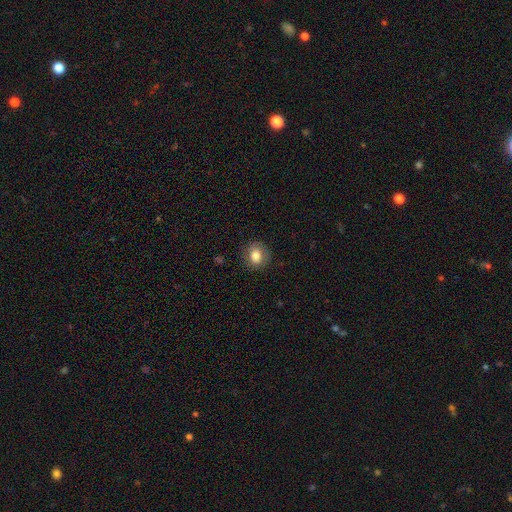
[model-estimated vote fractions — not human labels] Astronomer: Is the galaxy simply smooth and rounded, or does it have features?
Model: smooth — 82%.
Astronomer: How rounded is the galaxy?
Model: round — 72%.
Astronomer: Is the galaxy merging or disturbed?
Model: none — 84%.